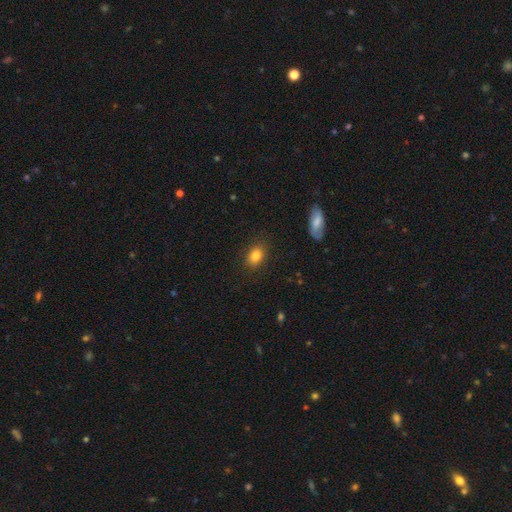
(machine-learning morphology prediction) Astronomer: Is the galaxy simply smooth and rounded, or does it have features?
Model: smooth — 83%.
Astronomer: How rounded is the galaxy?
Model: in between — 71%.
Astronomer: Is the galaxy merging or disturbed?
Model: none — 85%.